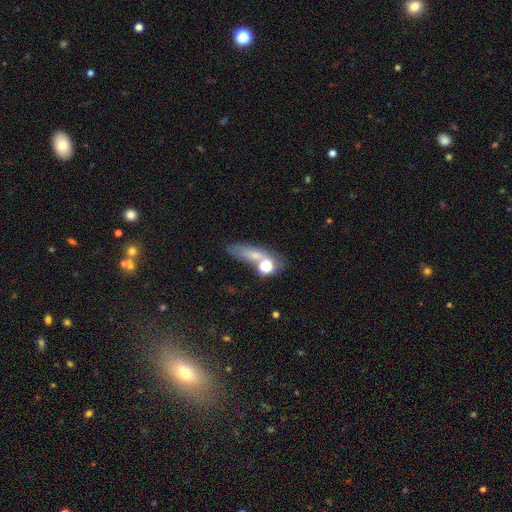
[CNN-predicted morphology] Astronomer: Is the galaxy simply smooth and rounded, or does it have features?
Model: smooth — 59%.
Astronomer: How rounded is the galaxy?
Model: in between — 47% (runner-up: cigar-shaped, 34%).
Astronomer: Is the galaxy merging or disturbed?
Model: none — 55%.